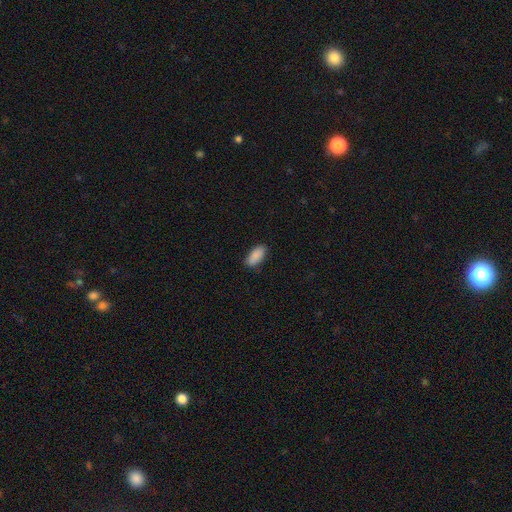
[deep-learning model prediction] This is clearly a smooth galaxy (89%). How rounded: clearly in between (88%). Merging: clearly none (83%).